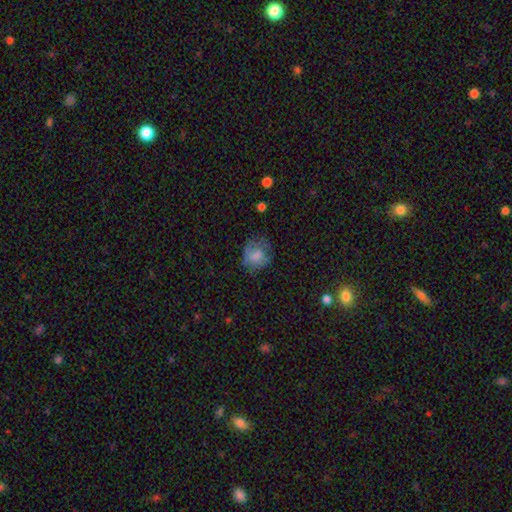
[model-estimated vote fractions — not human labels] A smooth galaxy with no disk features (65%) that is round (67%). Merging: none (52%).